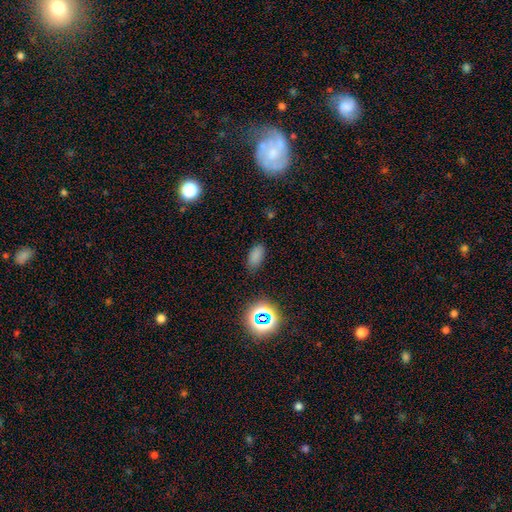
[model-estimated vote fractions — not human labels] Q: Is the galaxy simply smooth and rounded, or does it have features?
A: smooth — 76%.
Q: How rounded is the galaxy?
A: in between — 90%.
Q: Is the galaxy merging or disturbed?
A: none — 82%.